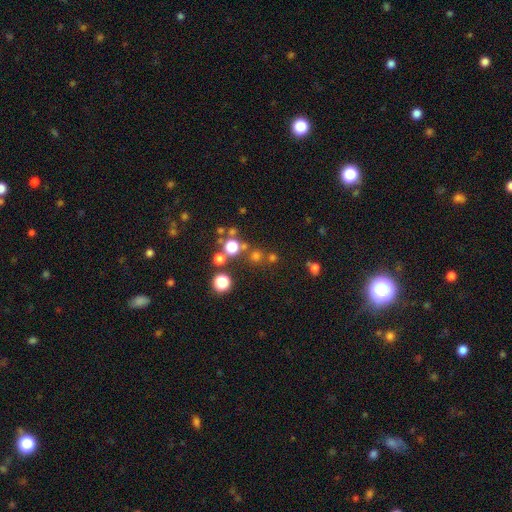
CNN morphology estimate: This is possibly a star or artifact rather than a galaxy (54%).